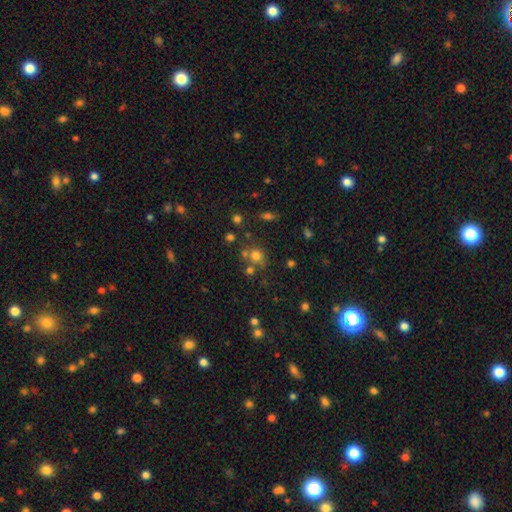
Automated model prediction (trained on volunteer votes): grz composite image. It shows a smooth galaxy with no disk features (69%) that is round (83%). Merging: none (60%).